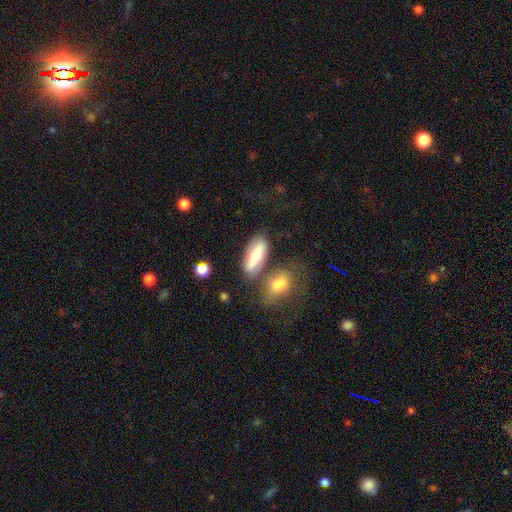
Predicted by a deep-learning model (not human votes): This is possibly a smooth galaxy (57%). How rounded: likely in between (67%). Merging: likely none (67%).